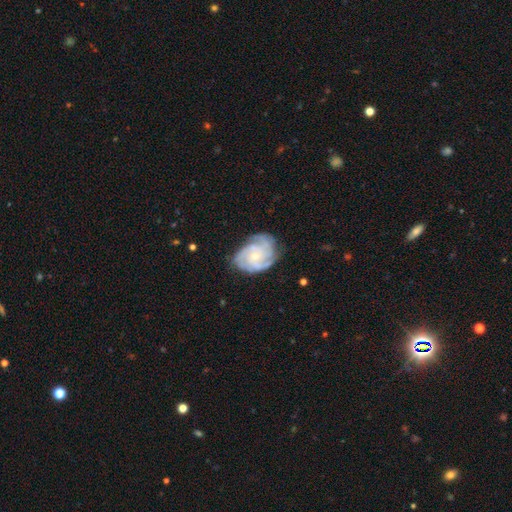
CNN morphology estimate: Q: Smooth or featured?
A: featured or disk (86%); runner-up: smooth (9%)
Q: Edge-on disk?
A: no (98%); runner-up: yes (2%)
Q: Bar?
A: no (73%); runner-up: weak (23%)
Q: Spiral arms?
A: yes (97%); runner-up: no (3%)
Q: Spiral winding?
A: tight (60%); runner-up: medium (33%)
Q: Spiral arm count?
A: 3 (34%); runner-up: 4 (30%)
Q: Bulge size?
A: small (68%); runner-up: moderate (28%)
Q: Merging?
A: none (70%); runner-up: minor disturbance (21%)